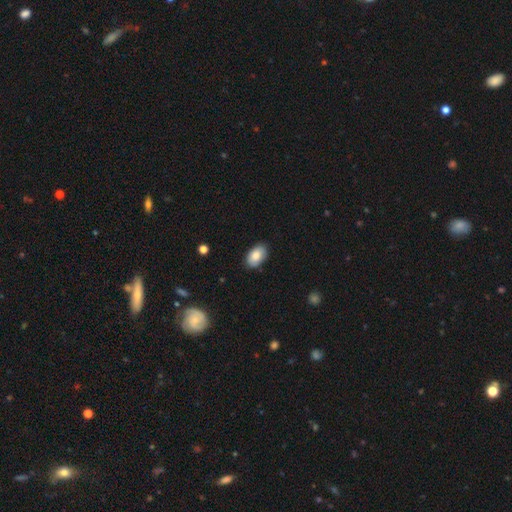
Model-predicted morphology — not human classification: This appears to be a smooth galaxy with no disk features (84%) that is in between round and cigar-shaped (93%). Merging: none (86%).